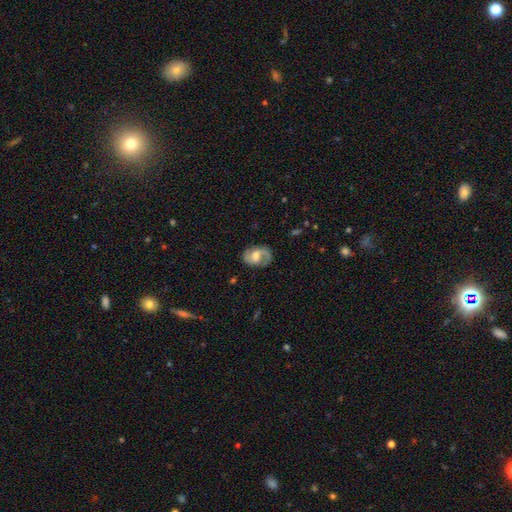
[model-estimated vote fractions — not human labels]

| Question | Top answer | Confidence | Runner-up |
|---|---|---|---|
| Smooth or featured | featured or disk | 76% | smooth (18%) |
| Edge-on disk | no | 97% | yes (3%) |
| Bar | weak | 47% | no (42%) |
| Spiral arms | yes | 92% | no (8%) |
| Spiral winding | medium | 50% | loose (30%) |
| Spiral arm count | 2 | 78% | 1 (15%) |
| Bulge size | moderate | 58% | small (19%) |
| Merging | none | 74% | minor disturbance (17%) |